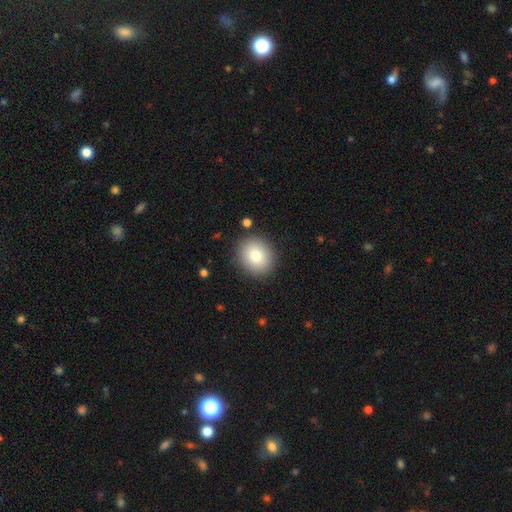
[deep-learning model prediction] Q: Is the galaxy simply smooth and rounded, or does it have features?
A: smooth — 83%.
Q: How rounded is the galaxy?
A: round — 74%.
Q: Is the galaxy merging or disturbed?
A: none — 88%.